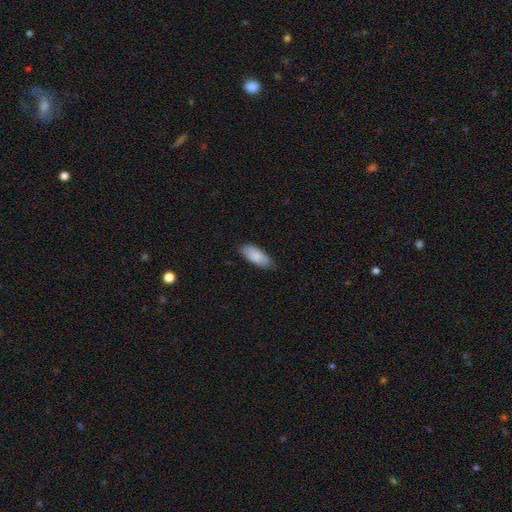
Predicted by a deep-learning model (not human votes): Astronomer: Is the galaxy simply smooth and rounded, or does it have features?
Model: smooth — 87%.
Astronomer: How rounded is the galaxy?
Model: in between — 84%.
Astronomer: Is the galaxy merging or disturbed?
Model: none — 80%.